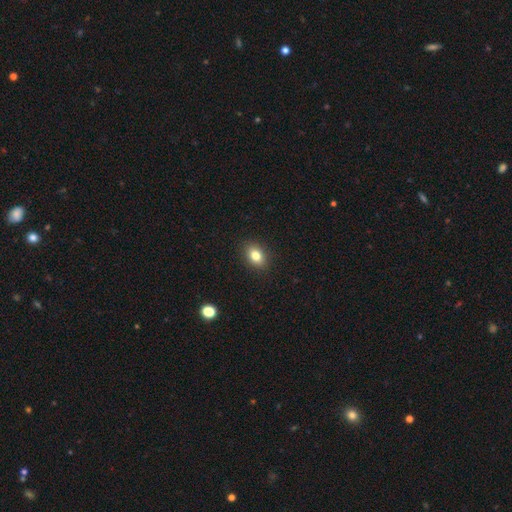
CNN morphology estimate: Smooth or featured? Predicted: smooth (p=0.81). How rounded? Predicted: in between (p=0.73). Merging? Predicted: none (p=0.89).